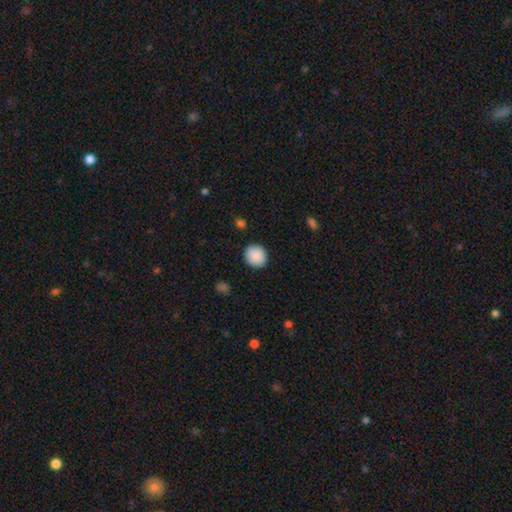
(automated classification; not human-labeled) The model was most divided on "how rounded": round: 84%, in between: 15%, cigar-shaped: 1%. More confident: smooth or featured — smooth (90%); merging — none (89%).